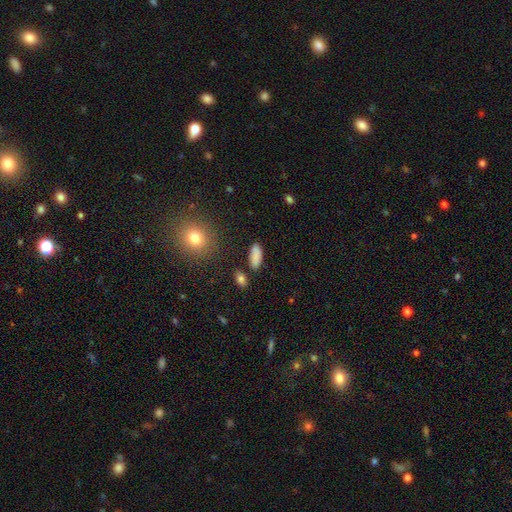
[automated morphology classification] type=smooth (86%); roundness=in between (76%); merging=none (81%).